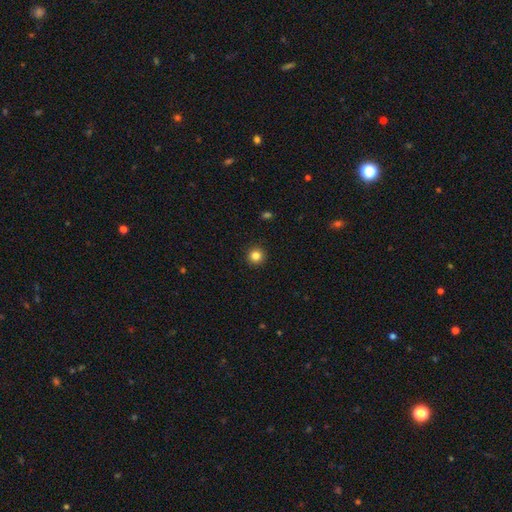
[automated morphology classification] This appears to be a smooth galaxy with no disk features (84%) that is round (96%). Merging: none (93%).